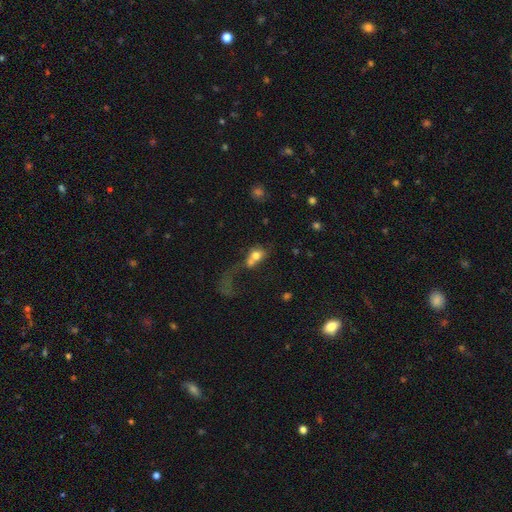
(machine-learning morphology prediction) This is likely a smooth galaxy (65%). How rounded: possibly in between (50%). Merging: possibly merger (57%).